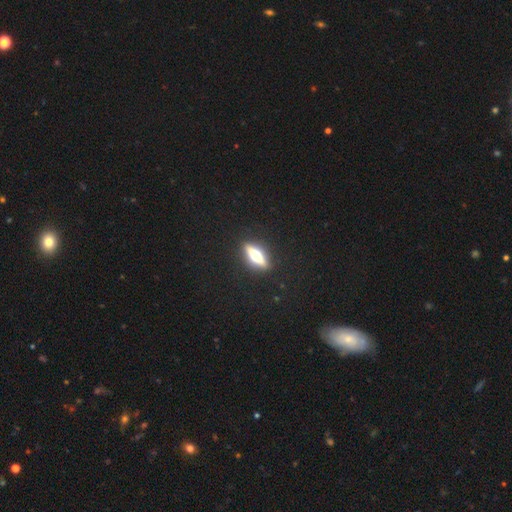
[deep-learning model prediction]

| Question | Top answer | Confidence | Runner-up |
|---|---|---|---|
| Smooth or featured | featured or disk | 59% | smooth (34%) |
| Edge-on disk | yes | 93% | no (7%) |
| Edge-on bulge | rounded | 94% | boxy (4%) |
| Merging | none | 89% | minor disturbance (7%) |